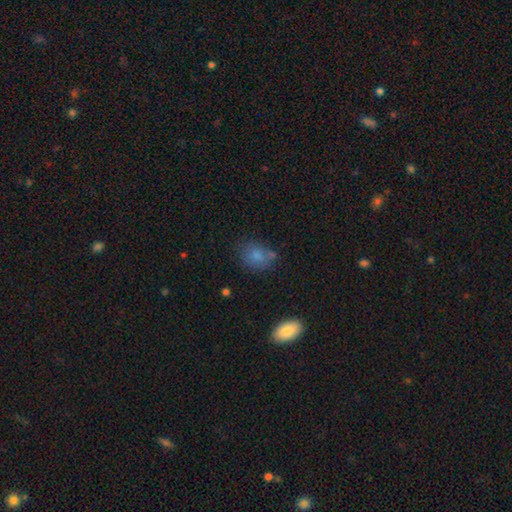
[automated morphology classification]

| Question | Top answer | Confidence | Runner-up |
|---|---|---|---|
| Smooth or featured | smooth | 76% | star or artifact (13%) |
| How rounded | in between | 58% | round (41%) |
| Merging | none | 63% | minor disturbance (20%) |